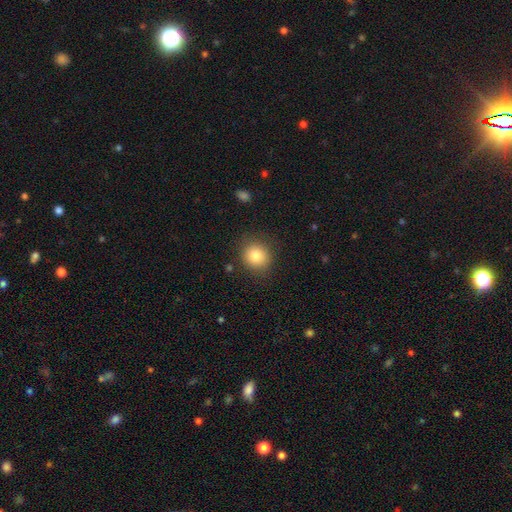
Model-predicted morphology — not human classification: This appears to be a smooth galaxy with no disk features (82%) that is round (85%). Merging: none (85%).